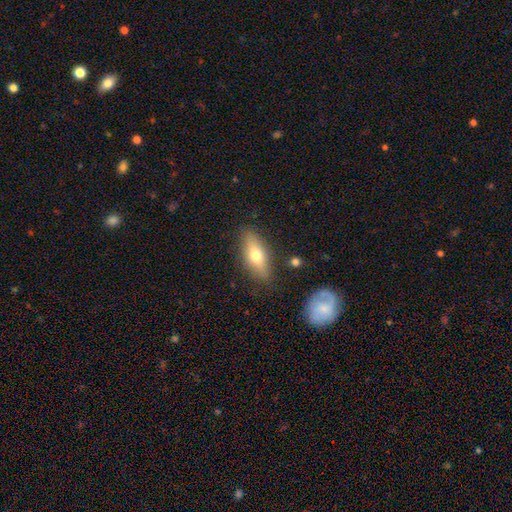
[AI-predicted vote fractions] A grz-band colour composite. It shows a smooth galaxy with no disk features (59%) that is in between round and cigar-shaped (63%). Merging: none (83%).